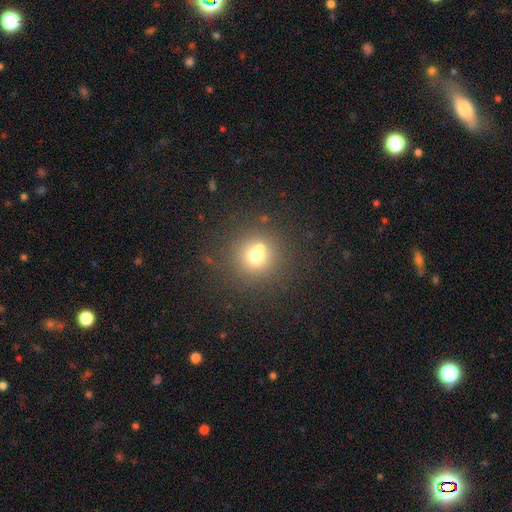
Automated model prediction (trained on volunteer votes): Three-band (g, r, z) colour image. It shows a smooth galaxy with no disk features (66%) that is round (93%). Merging: none (59%).